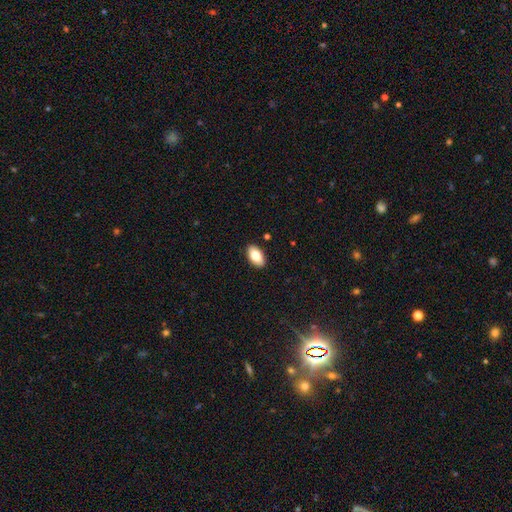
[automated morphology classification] A smooth galaxy with no disk features (80%) that is in between round and cigar-shaped (94%).

Vote fractions:
- Smooth or featured? smooth: 80% / featured or disk: 13% / star or artifact: 7%
- How rounded? in between: 94% / round: 4% / cigar-shaped: 2%
- Merging? none: 90% / minor disturbance: 8% / major disturbance: 2% / merger: 1%